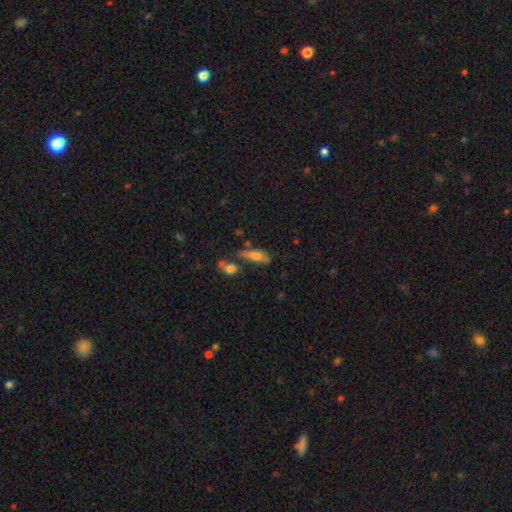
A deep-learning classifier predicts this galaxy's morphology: Smooth or featured?
  - smooth: 63% *
  - featured or disk: 27%
  - star or artifact: 10%
How rounded?
  - cigar-shaped: 48% *
  - in between: 47%
  - round: 4%
Merging?
  - none: 47% *
  - minor disturbance: 23%
  - merger: 18%
  - major disturbance: 12%